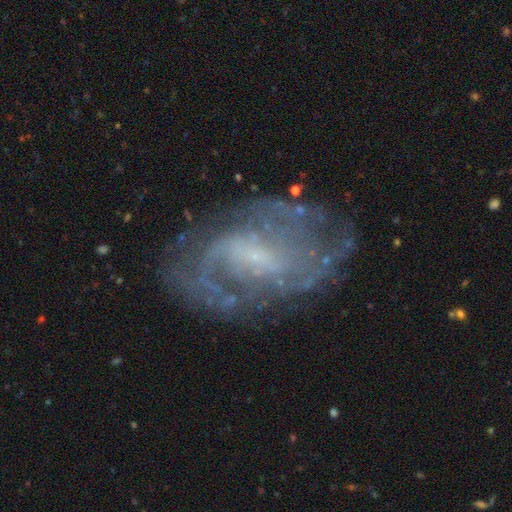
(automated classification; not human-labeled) This is clearly a featured or disk galaxy (83%). It is clearly not viewed edge-on (97%). Bar: possibly weak (51%). Spiral arm pattern: clearly yes (87%). Spiral arm count: marginally can't tell (39%). Spiral winding: marginally medium (41%). Central bulge: likely small (71%). Merging: likely none (68%).